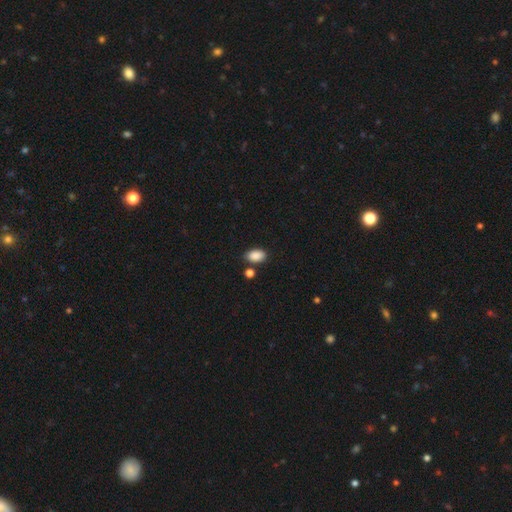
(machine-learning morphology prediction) Smooth or featured? Predicted: smooth (p=0.88). How rounded? Predicted: in between (p=0.90). Merging? Predicted: none (p=0.77).